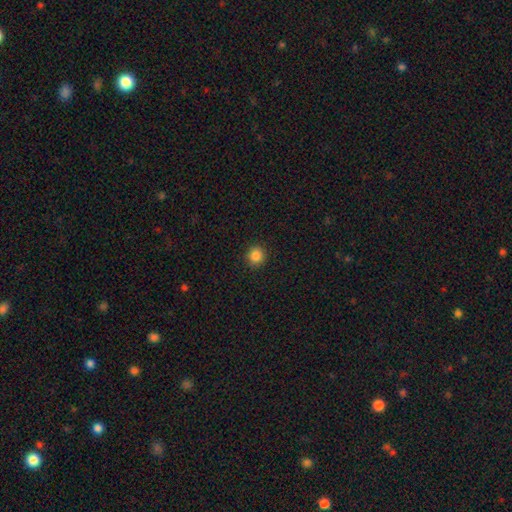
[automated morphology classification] Smooth or featured? smooth (86%)
How rounded? round (93%)
Merging? none (92%)